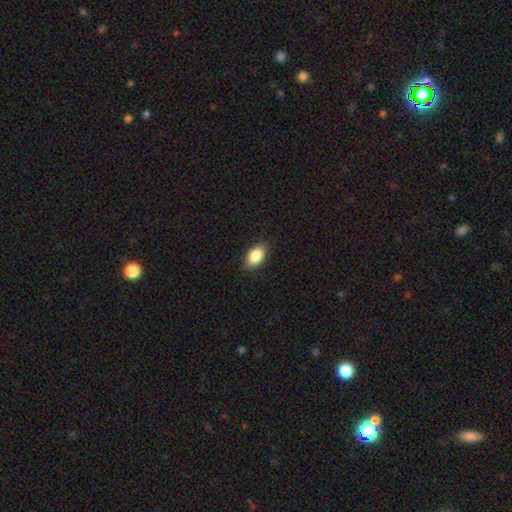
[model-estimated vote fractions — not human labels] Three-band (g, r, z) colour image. It shows a smooth galaxy with no disk features (87%) that is in between round and cigar-shaped (92%). Merging: none (87%).